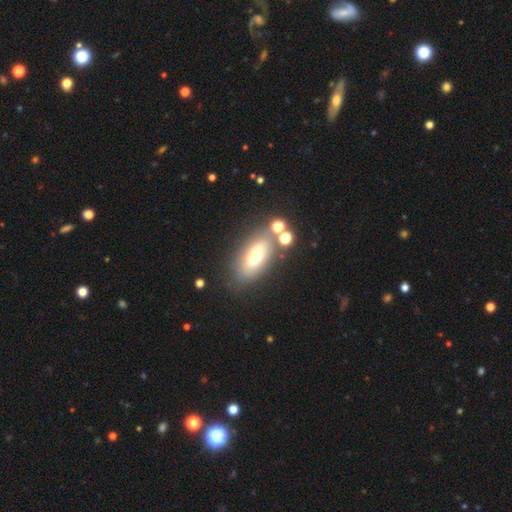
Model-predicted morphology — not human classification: smooth 63%, featured or disk 26%, star or artifact 11%. Down the decision tree: how rounded — in between (83%); merging — none (68%).